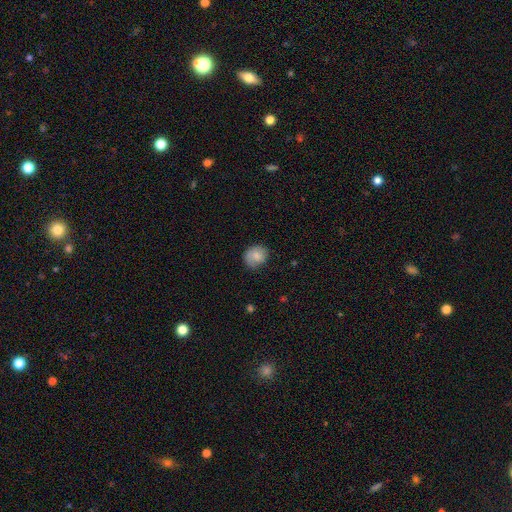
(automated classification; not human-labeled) Q: Smooth or featured?
A: smooth (78%); runner-up: featured or disk (14%)
Q: How rounded?
A: round (68%); runner-up: in between (31%)
Q: Merging?
A: none (71%); runner-up: minor disturbance (22%)